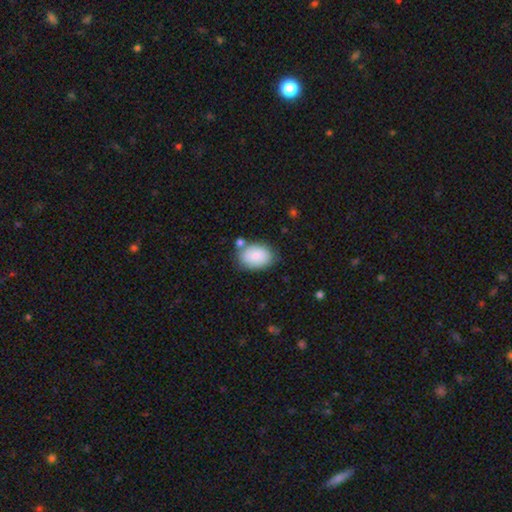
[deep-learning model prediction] Smooth or featured? Predicted: smooth (p=0.82). How rounded? Predicted: in between (p=0.81). Merging? Predicted: none (p=0.68).